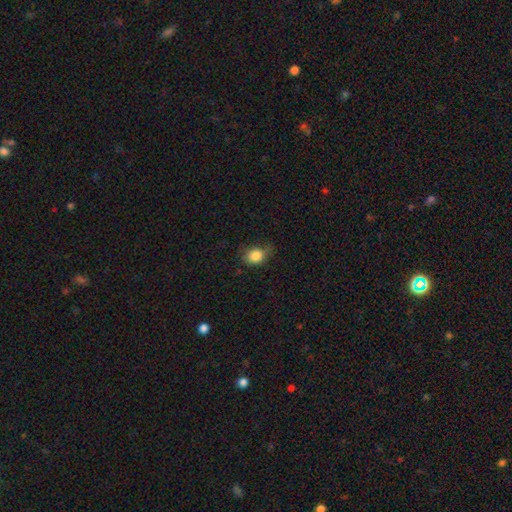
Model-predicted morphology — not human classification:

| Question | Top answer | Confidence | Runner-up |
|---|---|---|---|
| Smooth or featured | smooth | 84% | star or artifact (10%) |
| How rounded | round | 52% | in between (47%) |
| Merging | none | 53% | minor disturbance (34%) |